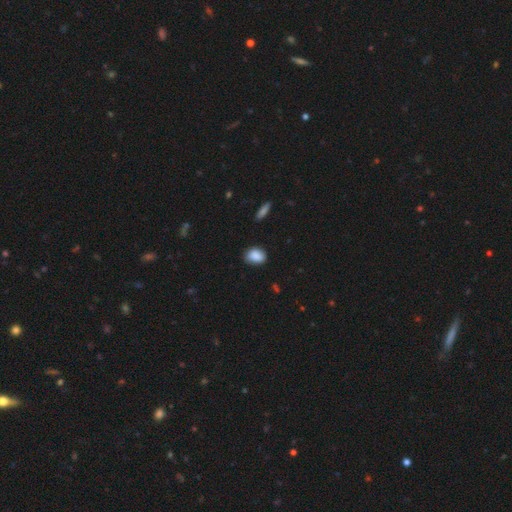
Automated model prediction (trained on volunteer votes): smooth_or_featured: smooth (p=0.88) [alt: star or artifact p=0.08]
how_rounded: in between (p=0.75) [alt: round p=0.23]
merging: none (p=0.79) [alt: minor disturbance p=0.17]